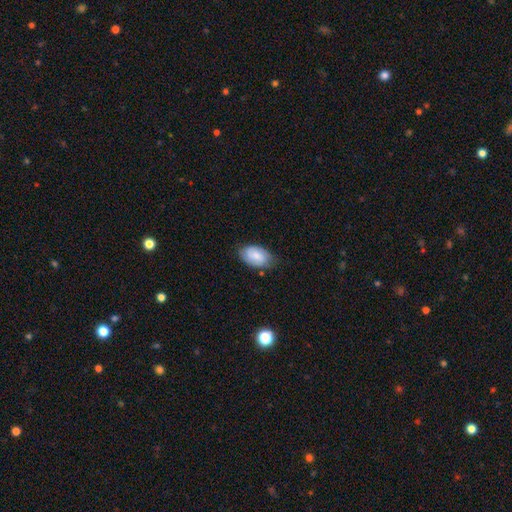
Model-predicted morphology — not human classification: Q: Smooth or featured?
A: smooth (72%); runner-up: featured or disk (21%)
Q: How rounded?
A: in between (93%); runner-up: round (6%)
Q: Merging?
A: none (73%); runner-up: minor disturbance (22%)